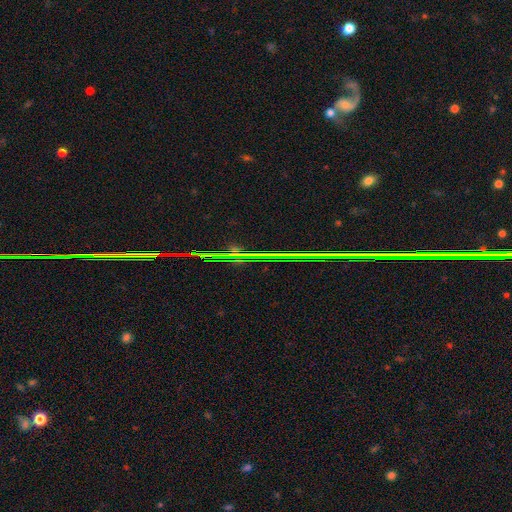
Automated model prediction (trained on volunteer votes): smooth-or-featured: star or artifact: 83% | featured or disk: 10% | smooth: 8%